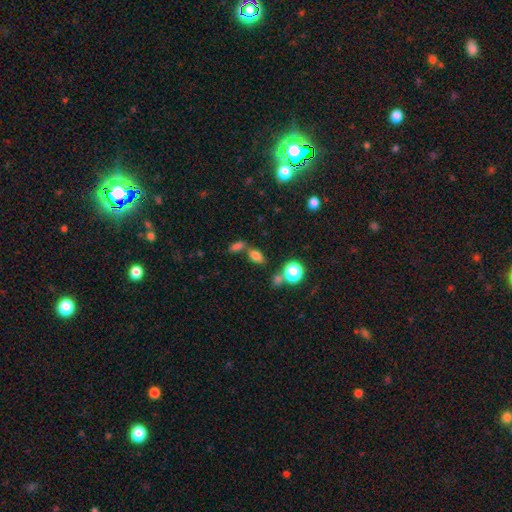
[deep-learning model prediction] This is likely a smooth galaxy (74%). How rounded: clearly in between (81%). Merging: possibly none (59%).